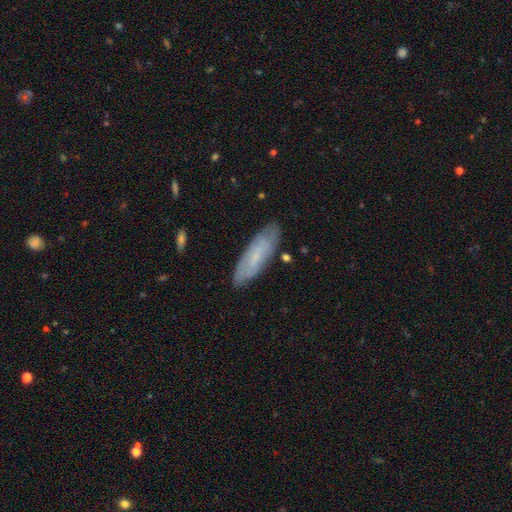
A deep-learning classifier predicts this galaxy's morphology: A smooth galaxy with no disk features (47%). Merging: none (82%).